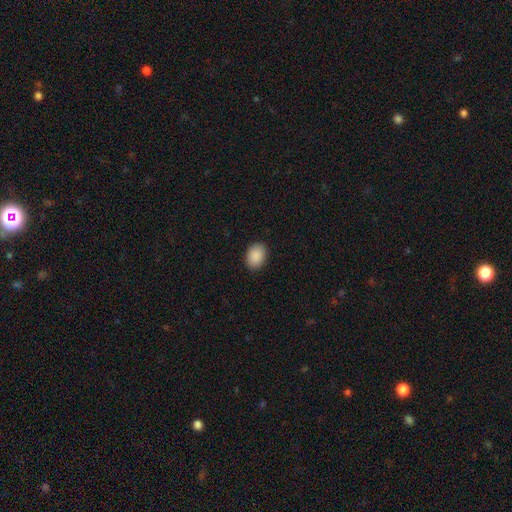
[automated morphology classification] smooth-or-featured: smooth: 90% | star or artifact: 7% | featured or disk: 3%
  how-rounded: in between: 73% | round: 26% | cigar-shaped: 1%
  merging: none: 90% | minor disturbance: 7% | major disturbance: 2% | merger: 1%